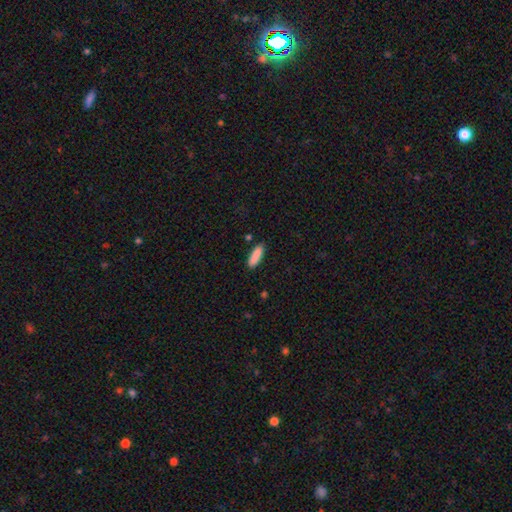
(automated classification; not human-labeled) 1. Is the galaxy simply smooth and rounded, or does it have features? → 89% smooth, 6% star or artifact, 5% featured or disk.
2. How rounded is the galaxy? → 57% cigar-shaped, 42% in between, 2% round.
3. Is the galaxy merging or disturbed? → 87% none, 9% minor disturbance, 2% major disturbance, 2% merger.